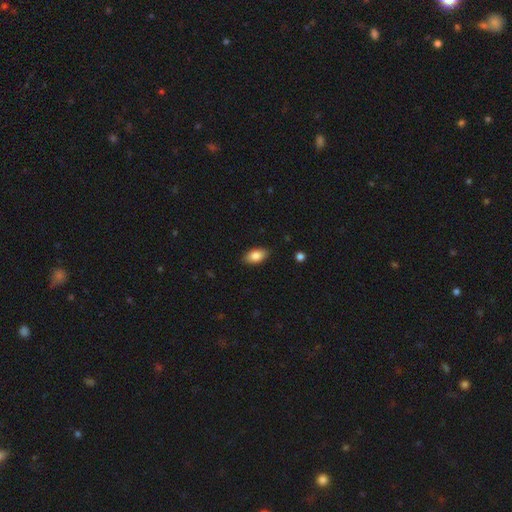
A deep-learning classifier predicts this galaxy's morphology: A smooth galaxy with no disk features (84%) that is in between round and cigar-shaped (92%).

Vote fractions:
- Smooth or featured? smooth: 84% / featured or disk: 8% / star or artifact: 7%
- How rounded? in between: 92% / round: 5% / cigar-shaped: 3%
- Merging? none: 86% / minor disturbance: 11% / major disturbance: 2% / merger: 1%